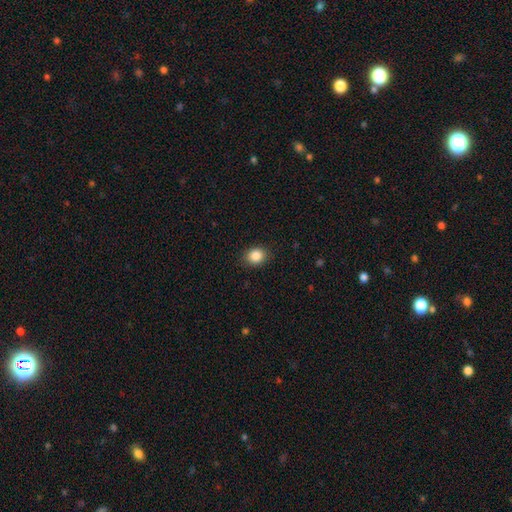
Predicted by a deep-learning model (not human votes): Overall: smooth (87%). How rounded: round (60%; in between 39%). Merging: none (88%).